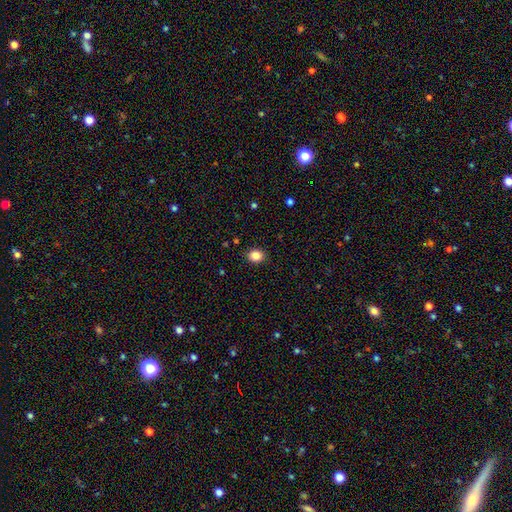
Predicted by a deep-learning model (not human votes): Q: Smooth or featured?
A: smooth (86%); runner-up: star or artifact (10%)
Q: How rounded?
A: round (56%); runner-up: in between (44%)
Q: Merging?
A: none (90%); runner-up: minor disturbance (7%)